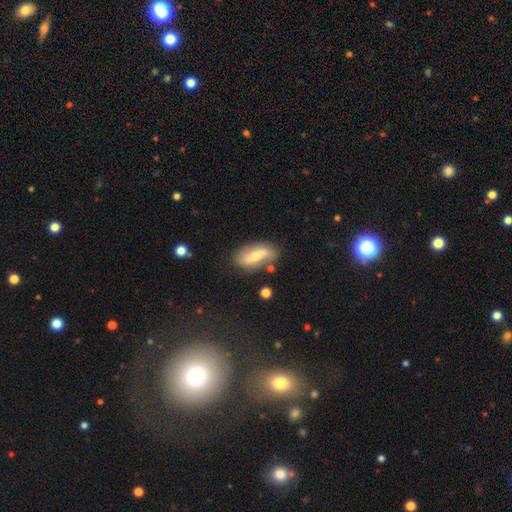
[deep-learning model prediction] Overall: featured or disk (49%; smooth 44%). Merging: none (72%).